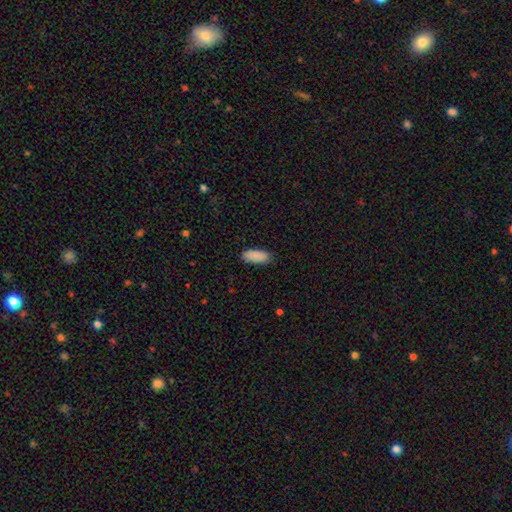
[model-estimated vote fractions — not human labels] Smooth or featured? smooth (89%)
How rounded? in between (85%)
Merging? none (82%)